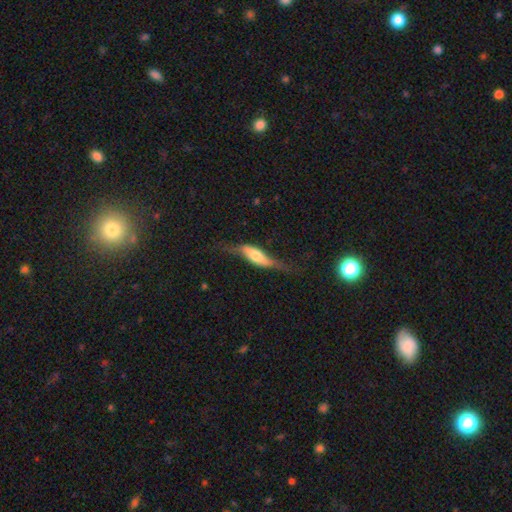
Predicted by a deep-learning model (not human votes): A featured or disk galaxy (59%) viewed edge-on (54%). Merging: none (48%).